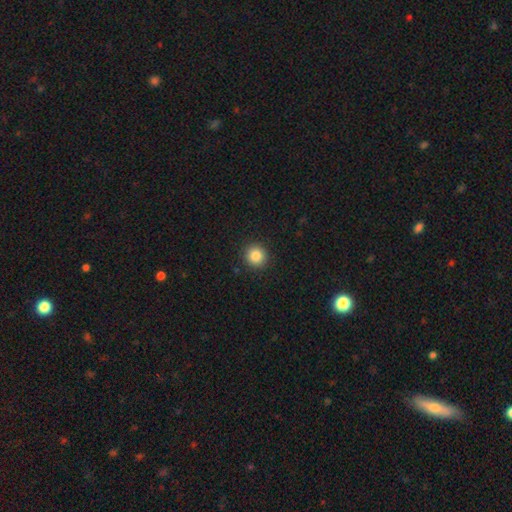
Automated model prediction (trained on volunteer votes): A smooth galaxy with no disk features (85%) that is round (94%). Merging: none (92%).